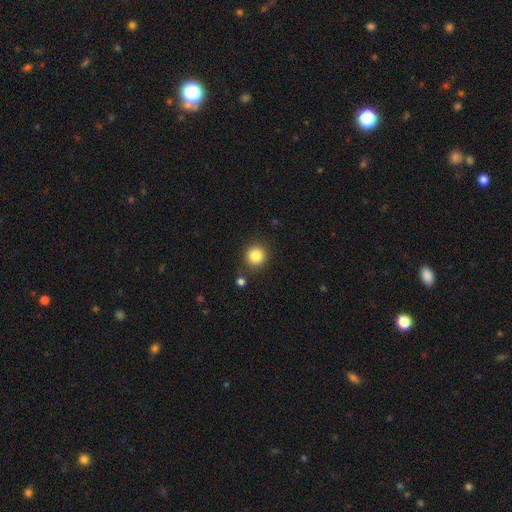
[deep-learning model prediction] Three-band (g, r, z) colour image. It shows a smooth galaxy with no disk features (85%) that is round (92%). Merging: none (85%).